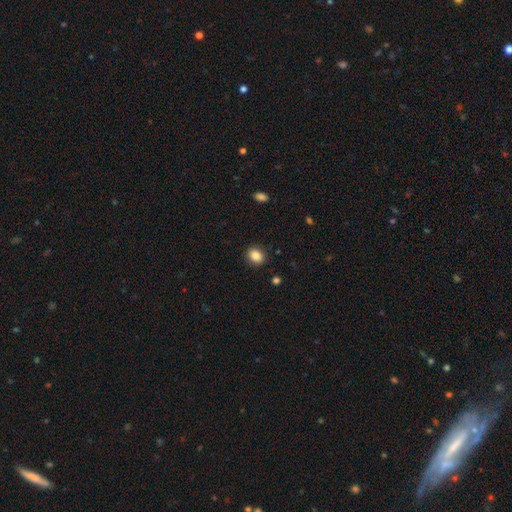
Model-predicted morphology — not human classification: This appears to be a smooth galaxy with no disk features (85%) that is round (55%). Merging: none (89%).